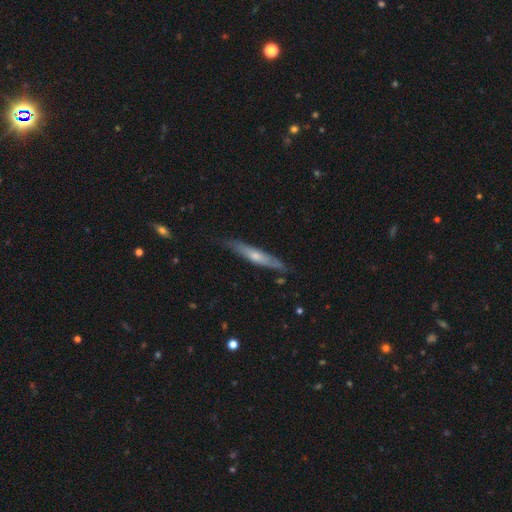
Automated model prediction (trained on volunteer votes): Smooth or featured: featured or disk — 54% (smooth — 40%)
Edge-on disk: yes — 86% (no — 14%)
Merging: none — 78% (minor disturbance — 18%)